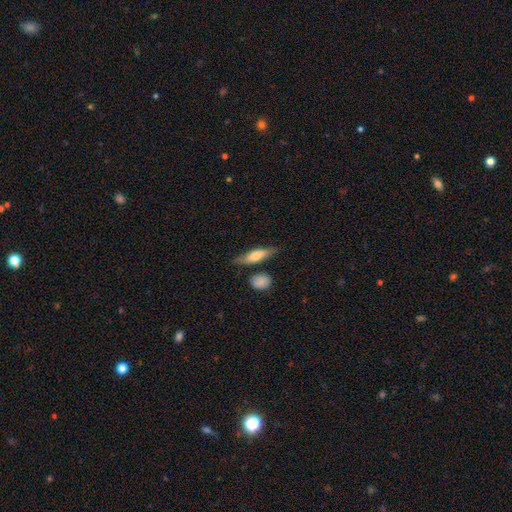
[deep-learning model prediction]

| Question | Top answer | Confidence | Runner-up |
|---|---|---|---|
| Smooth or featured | smooth | 63% | featured or disk (31%) |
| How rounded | cigar-shaped | 57% | in between (40%) |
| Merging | none | 72% | minor disturbance (17%) |